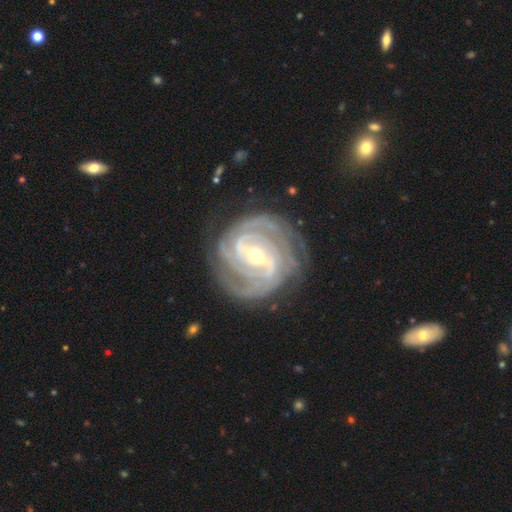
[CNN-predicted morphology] smooth_or_featured: featured or disk (p=0.92) [alt: star or artifact p=0.04]
disk_edge_on: no (p=0.97) [alt: yes p=0.03]
bar: strong (p=0.55) [alt: weak p=0.35]
has_spiral_arms: yes (p=0.98) [alt: no p=0.02]
spiral_winding: tight (p=0.73) [alt: medium p=0.23]
spiral_arm_count: 3 (p=0.28) [alt: 2 p=0.23]
bulge_size: moderate (p=0.55) [alt: small p=0.41]
merging: none (p=0.79) [alt: minor disturbance p=0.14]